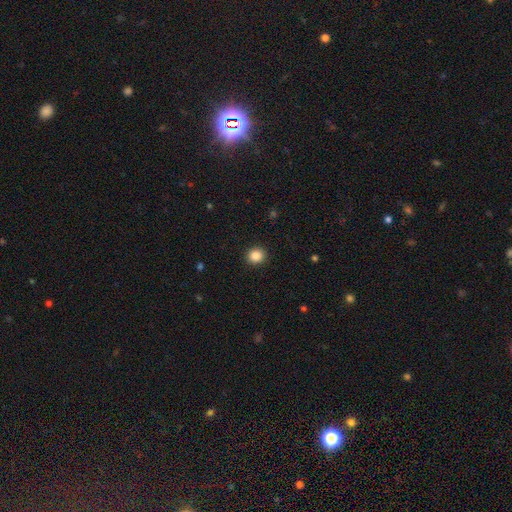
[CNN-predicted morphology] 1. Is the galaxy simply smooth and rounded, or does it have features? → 86% smooth, 10% star or artifact, 4% featured or disk.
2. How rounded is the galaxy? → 85% round, 14% in between, 1% cigar-shaped.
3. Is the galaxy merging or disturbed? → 92% none, 5% minor disturbance, 2% major disturbance, 1% merger.